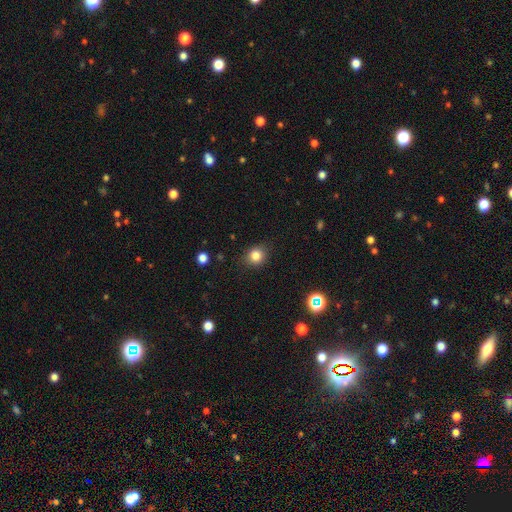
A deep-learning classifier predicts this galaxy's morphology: Smooth or featured? smooth (83%)
How rounded? round (79%)
Merging? none (85%)